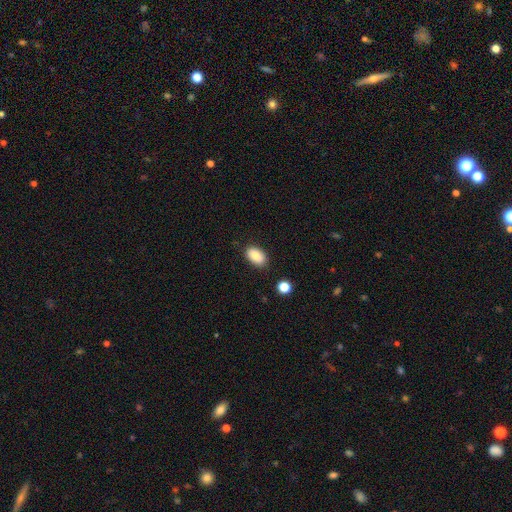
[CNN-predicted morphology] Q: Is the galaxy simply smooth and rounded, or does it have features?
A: smooth — 87%.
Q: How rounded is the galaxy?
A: in between — 91%.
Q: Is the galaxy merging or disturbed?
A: none — 85%.